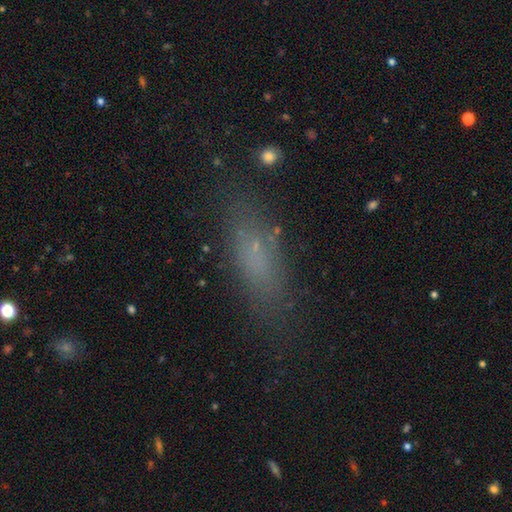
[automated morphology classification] Smooth or featured: smooth — 65% (featured or disk — 18%)
How rounded: in between — 49% (cigar-shaped — 47%)
Merging: none — 75% (minor disturbance — 16%)